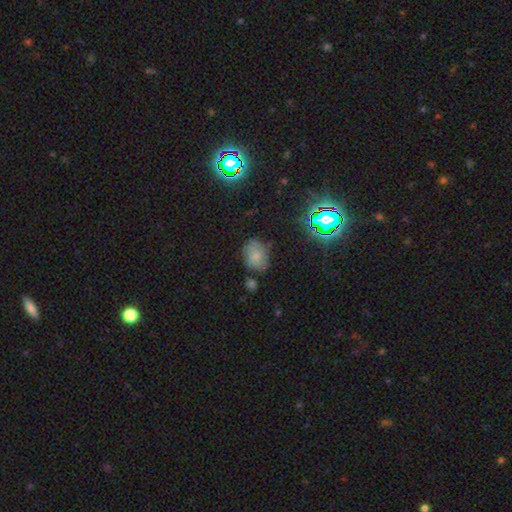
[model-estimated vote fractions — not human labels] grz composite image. It shows a smooth galaxy with no disk features (68%) that is in between round and cigar-shaped (59%). Merging: none (66%).